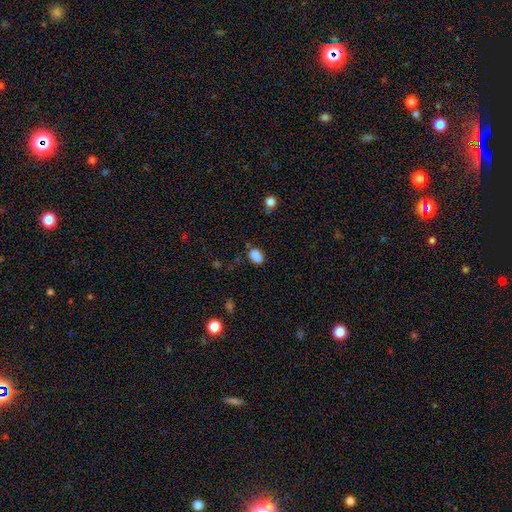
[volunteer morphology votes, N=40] Smooth or featured? 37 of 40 (92%) said smooth. How rounded? 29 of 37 (78%) said in between. Merging? 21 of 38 (55%) said none.